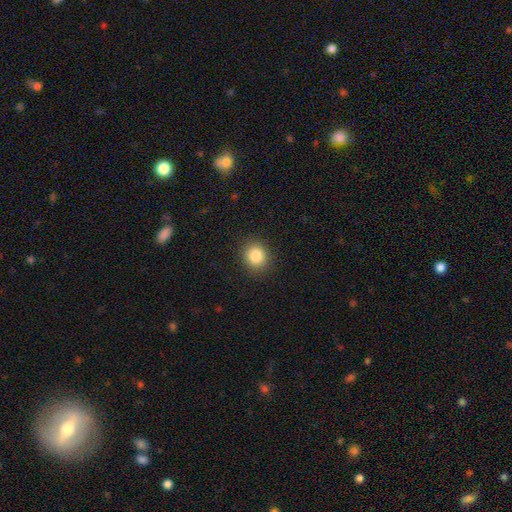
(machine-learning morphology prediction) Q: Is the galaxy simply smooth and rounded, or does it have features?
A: smooth — 85%.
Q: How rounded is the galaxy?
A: round — 78%.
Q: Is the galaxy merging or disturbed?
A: none — 89%.